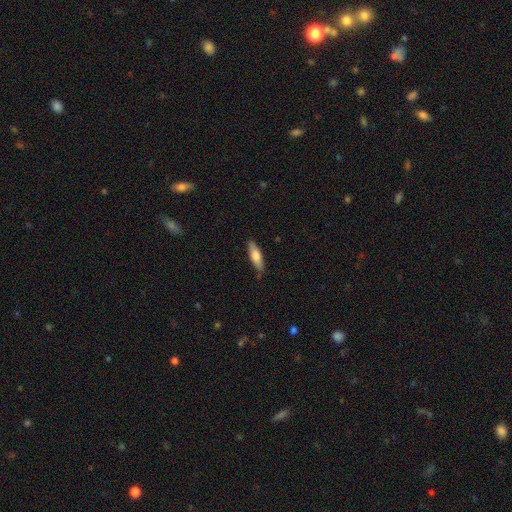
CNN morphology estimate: type=smooth (70%); roundness=cigar-shaped (52%); merging=none (82%).